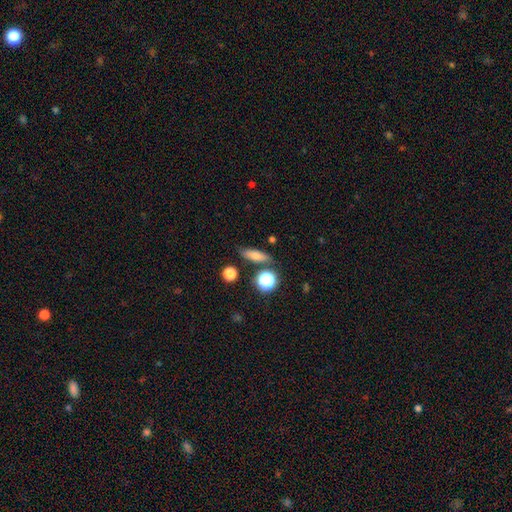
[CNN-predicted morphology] Q: Smooth or featured?
A: smooth (72%); runner-up: featured or disk (16%)
Q: How rounded?
A: cigar-shaped (45%); runner-up: in between (44%)
Q: Merging?
A: none (80%); runner-up: minor disturbance (11%)